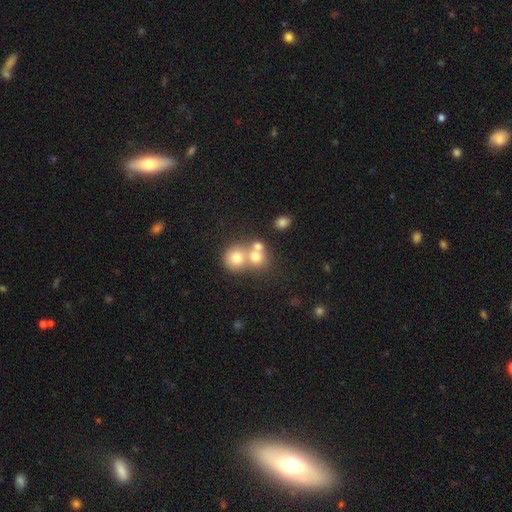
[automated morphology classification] smooth 69%, featured or disk 17%, star or artifact 13%. Down the decision tree: how rounded — round (80%); merging — merger (56%).